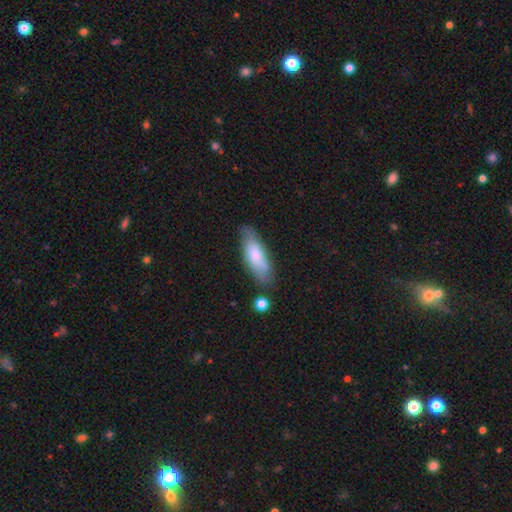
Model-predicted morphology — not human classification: Smooth or featured?
  - smooth: 75% *
  - featured or disk: 19%
  - star or artifact: 6%
How rounded?
  - in between: 58% *
  - cigar-shaped: 40%
  - round: 2%
Merging?
  - none: 70% *
  - minor disturbance: 21%
  - major disturbance: 5%
  - merger: 4%